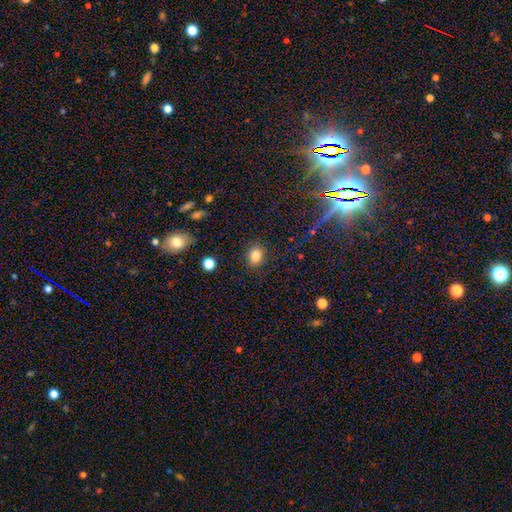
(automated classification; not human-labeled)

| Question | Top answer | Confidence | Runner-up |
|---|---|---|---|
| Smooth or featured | smooth | 83% | star or artifact (11%) |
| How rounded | round | 50% | in between (49%) |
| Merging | none | 86% | minor disturbance (10%) |